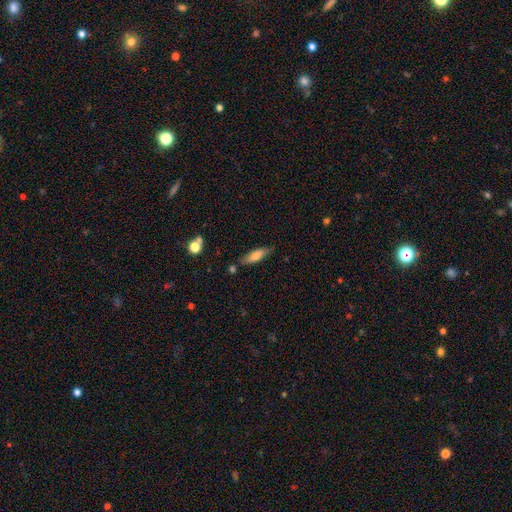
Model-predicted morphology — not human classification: smooth_or_featured: smooth (p=0.69) [alt: featured or disk p=0.24]
how_rounded: cigar-shaped (p=0.55) [alt: in between p=0.43]
merging: none (p=0.77) [alt: minor disturbance p=0.16]